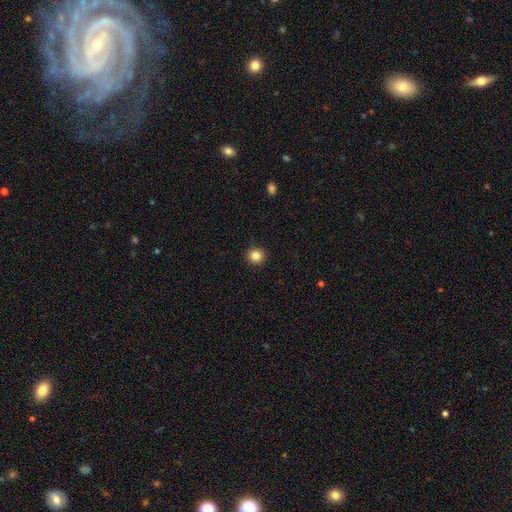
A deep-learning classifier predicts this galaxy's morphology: Smooth or featured?
  - smooth: 85% *
  - star or artifact: 11%
  - featured or disk: 4%
How rounded?
  - round: 94% *
  - in between: 5%
  - cigar-shaped: 1%
Merging?
  - none: 92% *
  - minor disturbance: 5%
  - major disturbance: 2%
  - merger: 1%